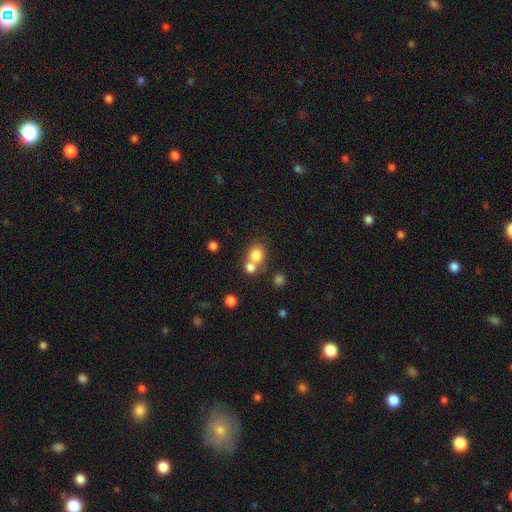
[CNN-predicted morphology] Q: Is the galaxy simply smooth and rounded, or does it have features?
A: smooth — 79%.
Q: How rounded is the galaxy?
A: round — 73%.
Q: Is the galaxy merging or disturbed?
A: none — 46%.